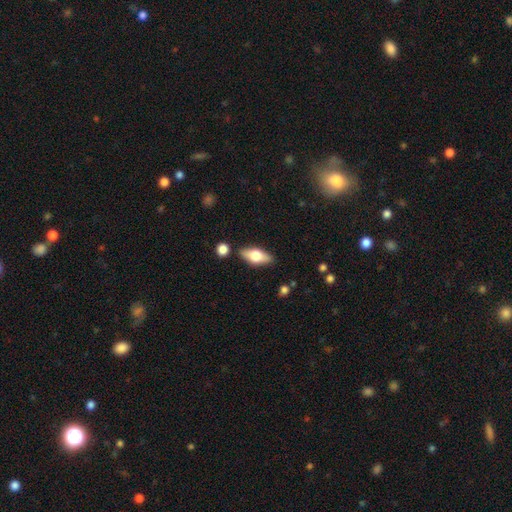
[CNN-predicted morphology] The model was most divided on "smooth or featured": smooth: 59%, featured or disk: 35%, star or artifact: 7%. More confident: merging — none (84%); how rounded — in between (80%).